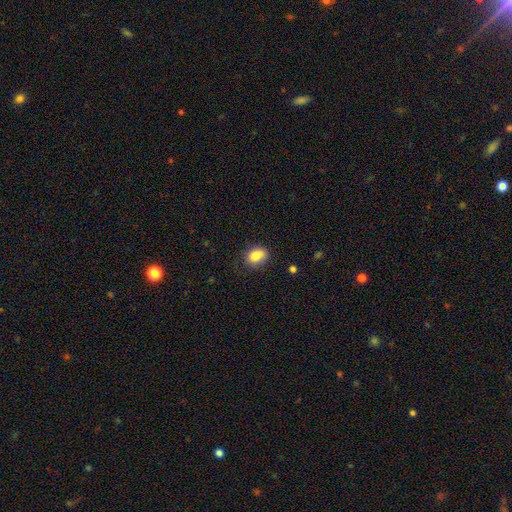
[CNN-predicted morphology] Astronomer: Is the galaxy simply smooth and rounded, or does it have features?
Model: smooth — 82%.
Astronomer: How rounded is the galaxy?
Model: in between — 62%.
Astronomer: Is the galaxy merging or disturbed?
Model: none — 73%.